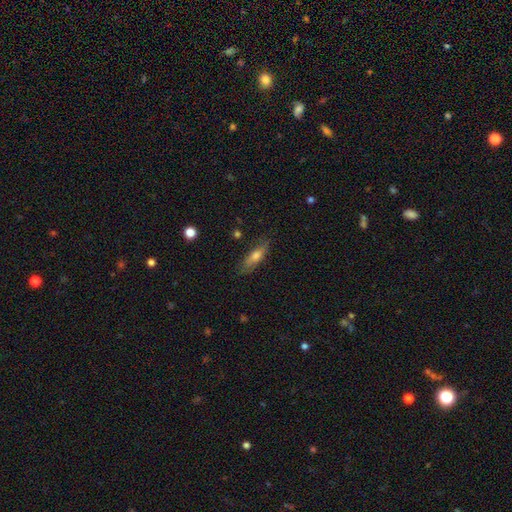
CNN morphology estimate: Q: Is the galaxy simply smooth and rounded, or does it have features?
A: smooth — 61%.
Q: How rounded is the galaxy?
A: cigar-shaped — 56%.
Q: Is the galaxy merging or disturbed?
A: none — 77%.